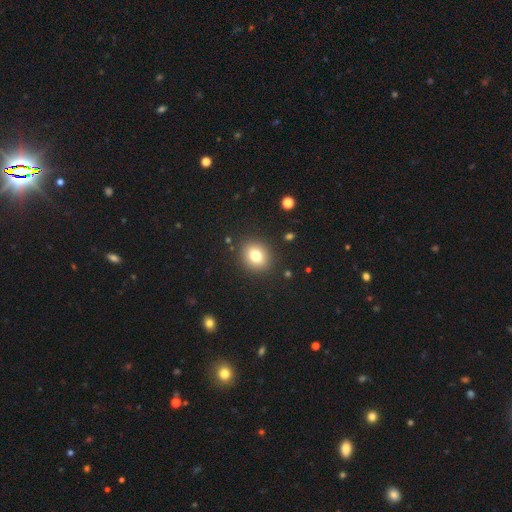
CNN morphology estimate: A smooth galaxy with no disk features (78%) that is round (66%).

Vote fractions:
- Smooth or featured? smooth: 78% / star or artifact: 12% / featured or disk: 11%
- How rounded? round: 66% / in between: 33% / cigar-shaped: 1%
- Merging? none: 89% / minor disturbance: 7% / major disturbance: 3% / merger: 2%